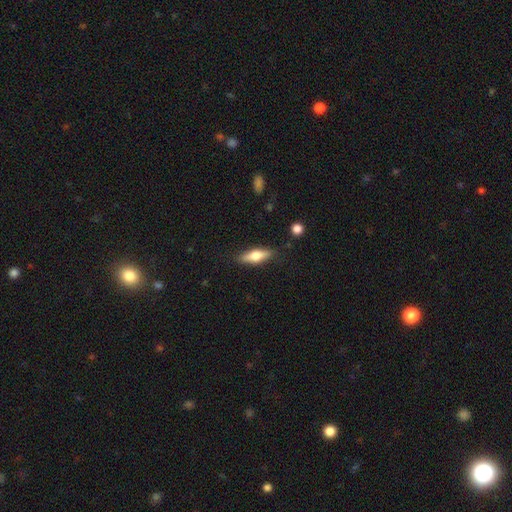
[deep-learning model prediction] This appears to be a smooth galaxy with no disk features (55%) that is cigar-shaped (51%). Merging: none (84%).